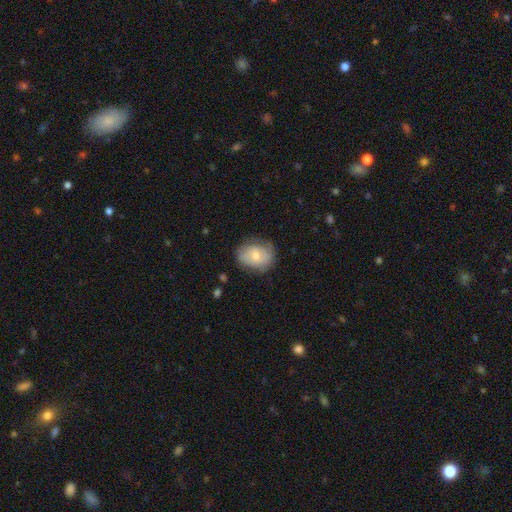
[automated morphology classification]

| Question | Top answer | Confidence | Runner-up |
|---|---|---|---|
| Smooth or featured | smooth | 58% | featured or disk (35%) |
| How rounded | in between | 53% | round (46%) |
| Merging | none | 66% | minor disturbance (24%) |